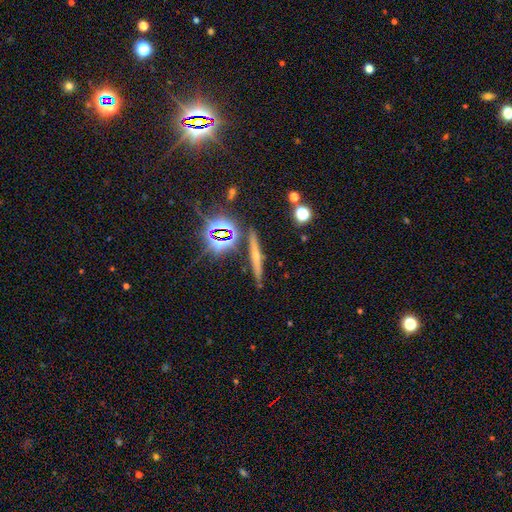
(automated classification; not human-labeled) Smooth or featured?
  - featured or disk: 49% *
  - star or artifact: 31%
  - smooth: 20%
Merging?
  - none: 86% *
  - minor disturbance: 8%
  - merger: 4%
  - major disturbance: 2%